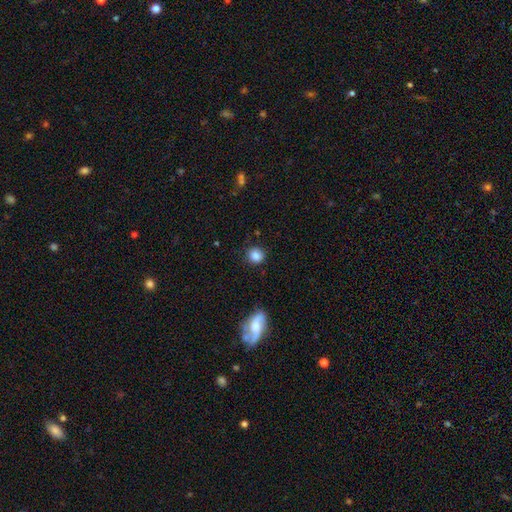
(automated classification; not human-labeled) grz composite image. It shows a smooth galaxy with no disk features (85%) that is round (84%). Merging: none (84%).